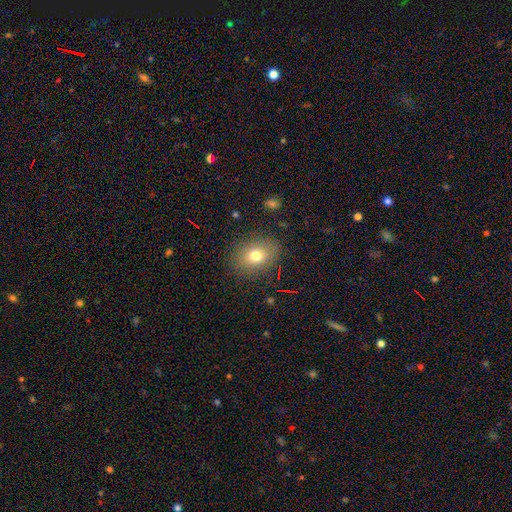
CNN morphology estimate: smooth-or-featured: smooth: 75% | featured or disk: 13% | star or artifact: 12%
  how-rounded: in between: 62% | round: 37% | cigar-shaped: 1%
  merging: none: 85% | minor disturbance: 10% | major disturbance: 3% | merger: 1%